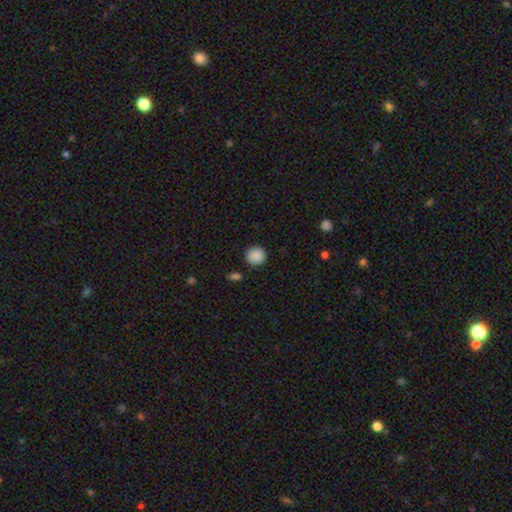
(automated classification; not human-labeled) Overall: smooth (89%). How rounded: round (93%). Merging: none (89%).